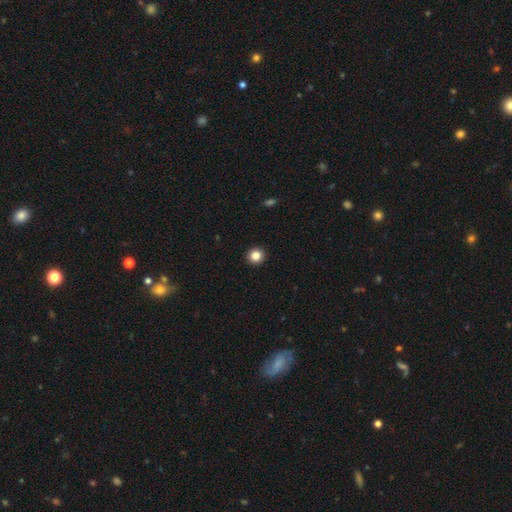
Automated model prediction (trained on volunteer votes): This is clearly a smooth galaxy (85%). How rounded: clearly round (94%). Merging: clearly none (94%).